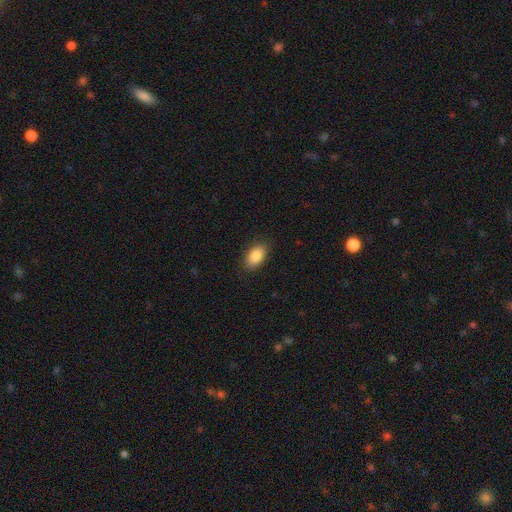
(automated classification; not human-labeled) smooth_or_featured: smooth (p=0.87) [alt: star or artifact p=0.07]
how_rounded: in between (p=0.91) [alt: round p=0.07]
merging: none (p=0.86) [alt: minor disturbance p=0.10]